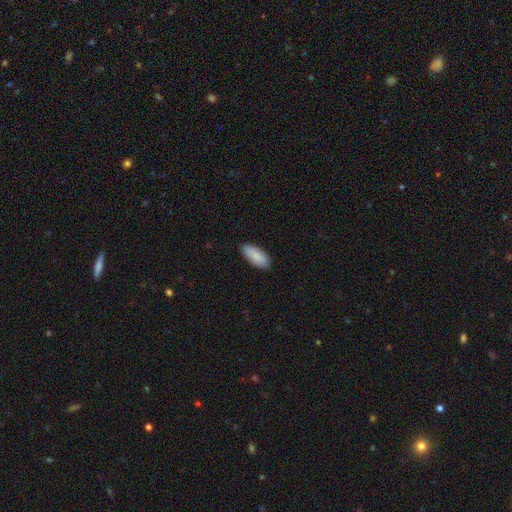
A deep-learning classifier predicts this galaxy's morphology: This appears to be a smooth galaxy with no disk features (86%) that is in between round and cigar-shaped (86%). Merging: none (86%).